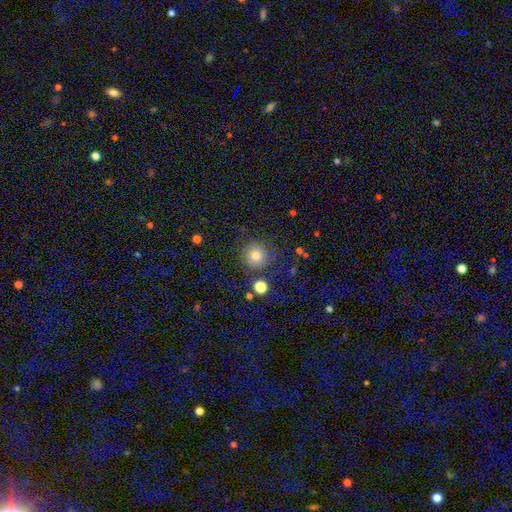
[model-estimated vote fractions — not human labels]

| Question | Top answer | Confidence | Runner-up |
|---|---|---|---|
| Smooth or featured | smooth | 75% | star or artifact (14%) |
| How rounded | round | 94% | in between (5%) |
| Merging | none | 81% | minor disturbance (10%) |